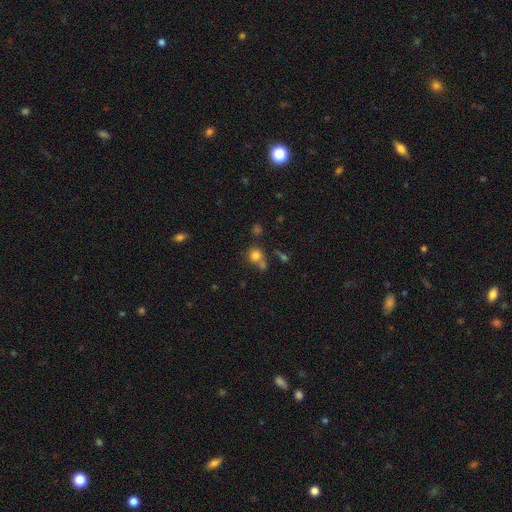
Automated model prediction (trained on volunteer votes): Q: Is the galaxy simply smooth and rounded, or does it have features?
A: smooth — 78%.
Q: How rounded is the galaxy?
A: round — 87%.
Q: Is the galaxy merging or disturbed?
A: none — 57%.